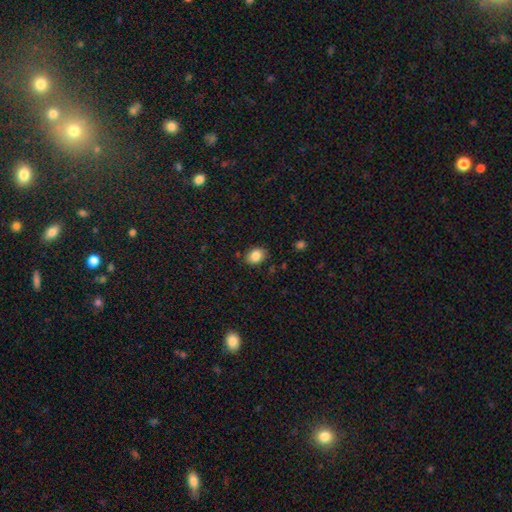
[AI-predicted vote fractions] Q: Smooth or featured?
A: smooth (85%); runner-up: star or artifact (8%)
Q: How rounded?
A: in between (68%); runner-up: round (31%)
Q: Merging?
A: none (83%); runner-up: minor disturbance (13%)